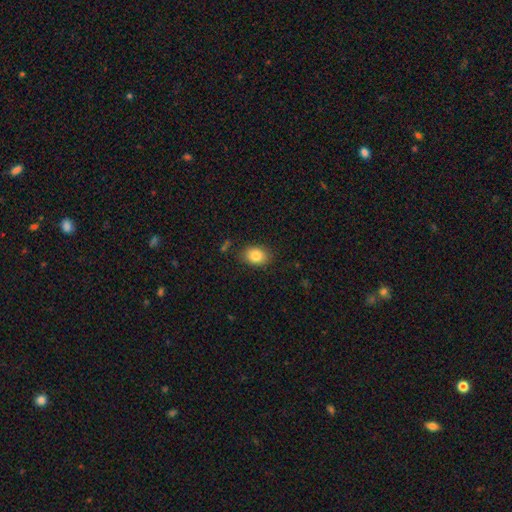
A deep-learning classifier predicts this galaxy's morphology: Q: Smooth or featured?
A: smooth (84%); runner-up: star or artifact (8%)
Q: How rounded?
A: in between (71%); runner-up: round (28%)
Q: Merging?
A: none (83%); runner-up: minor disturbance (12%)